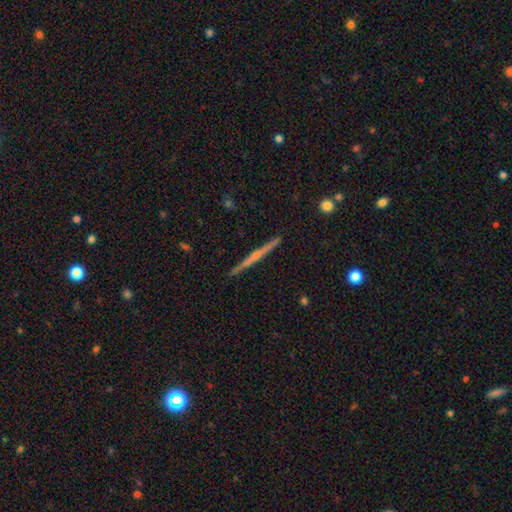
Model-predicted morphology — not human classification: smooth-or-featured: featured or disk: 67% | smooth: 27% | star or artifact: 6%
  disk-edge-on: yes: 98% | no: 2%
    edge-on-bulge: none: 51% | rounded: 41% | boxy: 8%
  merging: none: 92% | minor disturbance: 5% | merger: 1% | major disturbance: 1%